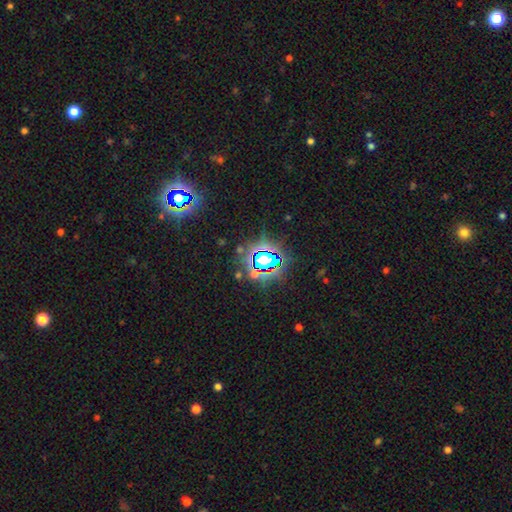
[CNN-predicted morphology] smooth-or-featured: star or artifact: 79% | smooth: 13% | featured or disk: 8%